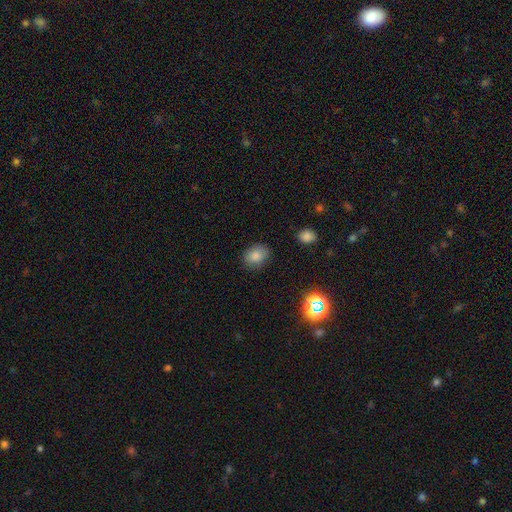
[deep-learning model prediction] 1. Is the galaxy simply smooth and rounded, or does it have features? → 83% smooth, 11% star or artifact, 6% featured or disk.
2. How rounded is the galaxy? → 61% in between, 38% round, 1% cigar-shaped.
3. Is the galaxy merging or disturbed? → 84% none, 12% minor disturbance, 3% major disturbance, 1% merger.